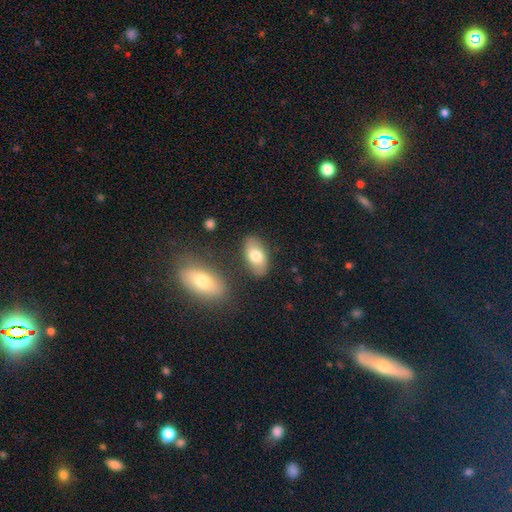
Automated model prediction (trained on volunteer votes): A smooth galaxy with no disk features (72%) that is in between round and cigar-shaped (93%). Merging: none (80%).